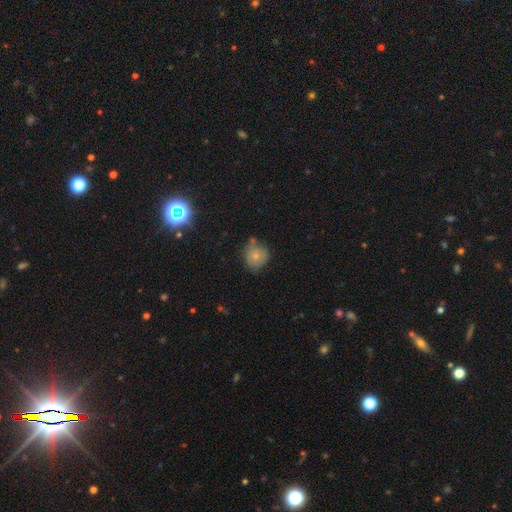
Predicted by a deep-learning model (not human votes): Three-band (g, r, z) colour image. It shows a smooth galaxy with no disk features (72%) that is round (82%). Merging: none (62%).